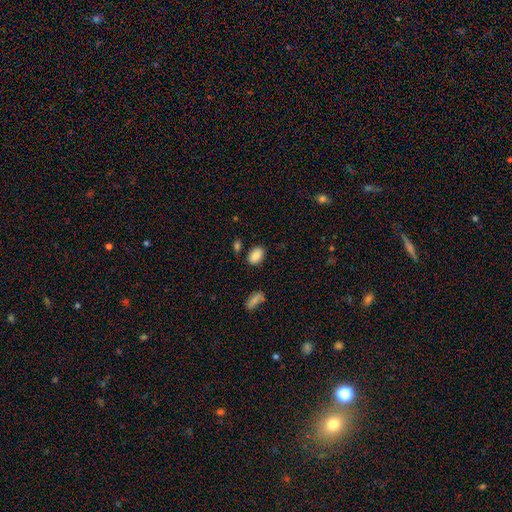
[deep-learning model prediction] Smooth or featured? smooth (86%)
How rounded? in between (89%)
Merging? none (80%)